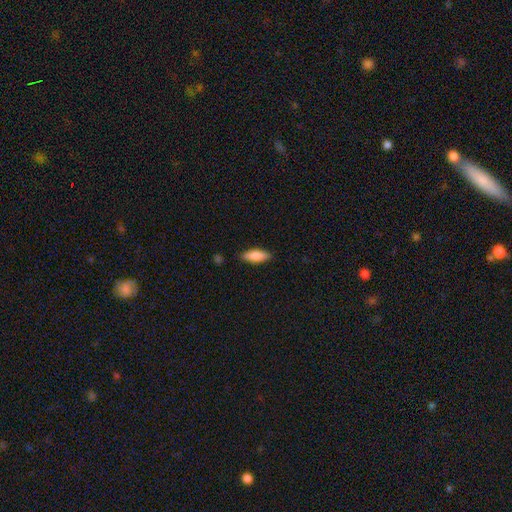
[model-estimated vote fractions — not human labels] Overall: smooth (82%). How rounded: in between (67%; cigar-shaped 31%). Merging: none (85%).